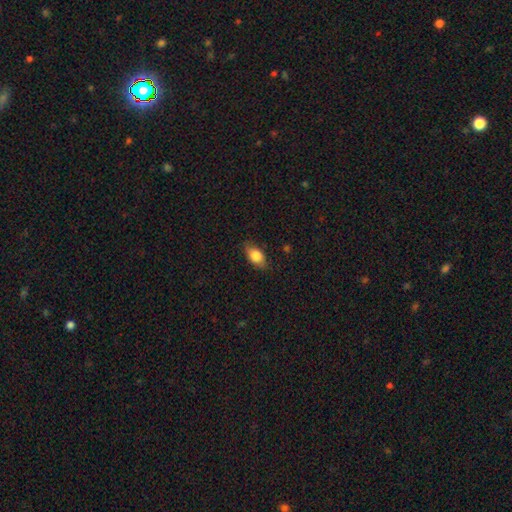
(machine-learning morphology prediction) Overall: smooth (81%). How rounded: in between (85%). Merging: none (80%).